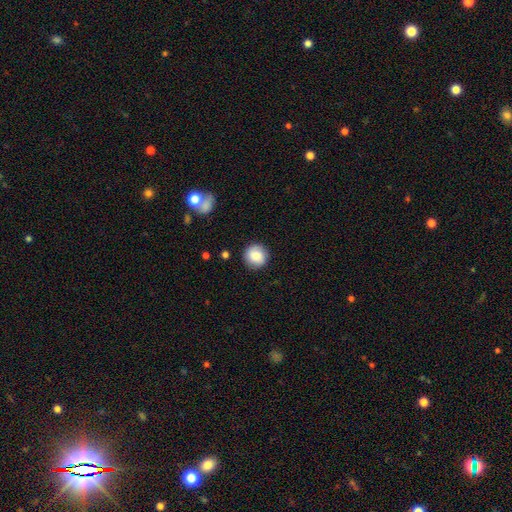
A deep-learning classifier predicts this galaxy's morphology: A smooth galaxy with no disk features (83%) that is round (92%). Merging: none (87%).